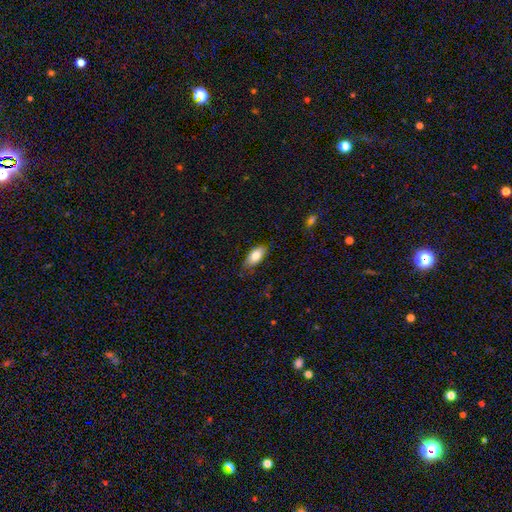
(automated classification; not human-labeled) Overall: smooth (80%). How rounded: in between (90%). Merging: none (75%).